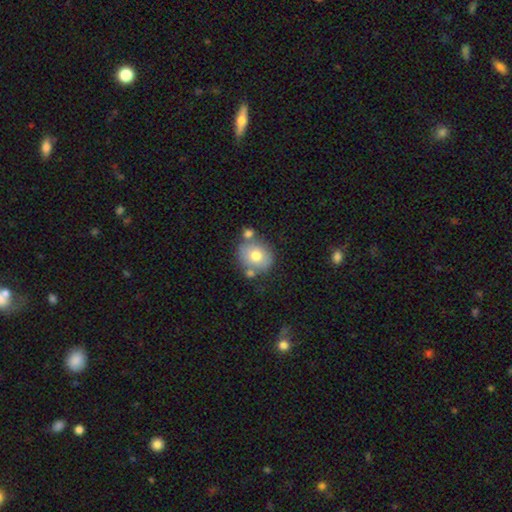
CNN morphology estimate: Overall: smooth (71%). How rounded: round (73%). Merging: none (65%).